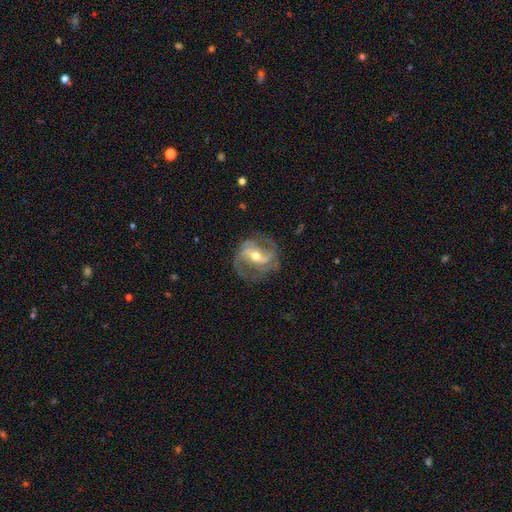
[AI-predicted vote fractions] A featured or disk galaxy (86%) with a strong bar (42%), 2 (80%) medium (47%) spiral arms (93%) and a moderate central bulge (60%). Merging: none (72%).